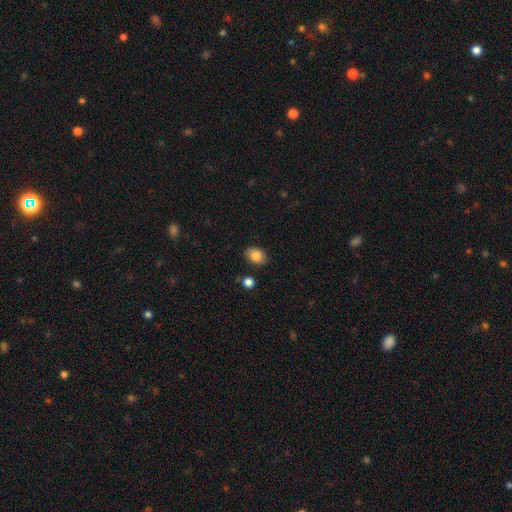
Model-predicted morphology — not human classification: Q: Smooth or featured?
A: smooth (85%); runner-up: star or artifact (8%)
Q: How rounded?
A: in between (73%); runner-up: round (26%)
Q: Merging?
A: none (83%); runner-up: minor disturbance (12%)